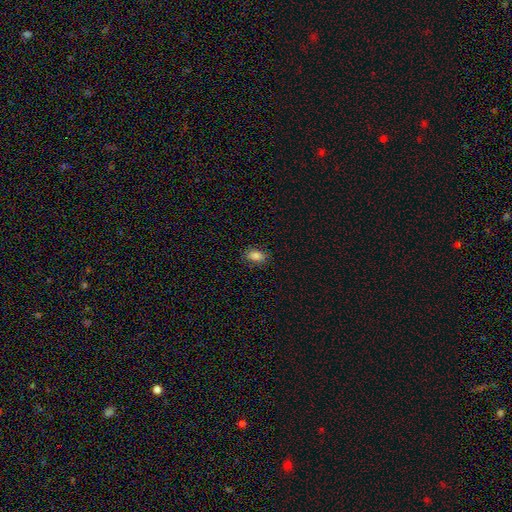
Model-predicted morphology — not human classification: Smooth or featured?
  - smooth: 85% *
  - star or artifact: 10%
  - featured or disk: 6%
How rounded?
  - in between: 87% *
  - round: 10%
  - cigar-shaped: 3%
Merging?
  - none: 84% *
  - minor disturbance: 12%
  - major disturbance: 3%
  - merger: 1%